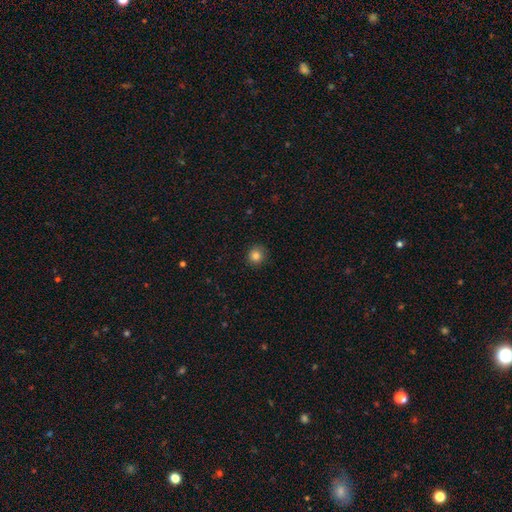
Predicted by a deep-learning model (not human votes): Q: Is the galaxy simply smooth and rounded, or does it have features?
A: smooth — 83%.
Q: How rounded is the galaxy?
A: round — 91%.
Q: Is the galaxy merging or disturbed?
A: none — 90%.